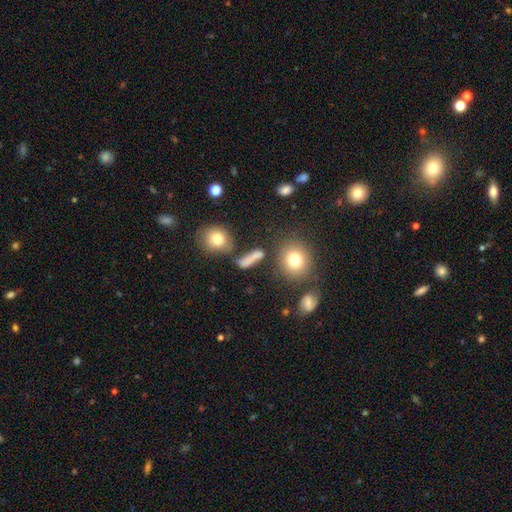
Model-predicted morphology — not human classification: smooth-or-featured: smooth: 70% | star or artifact: 16% | featured or disk: 14%
  how-rounded: round: 41% | in between: 34% | cigar-shaped: 25%
  merging: none: 66% | minor disturbance: 15% | merger: 12% | major disturbance: 8%